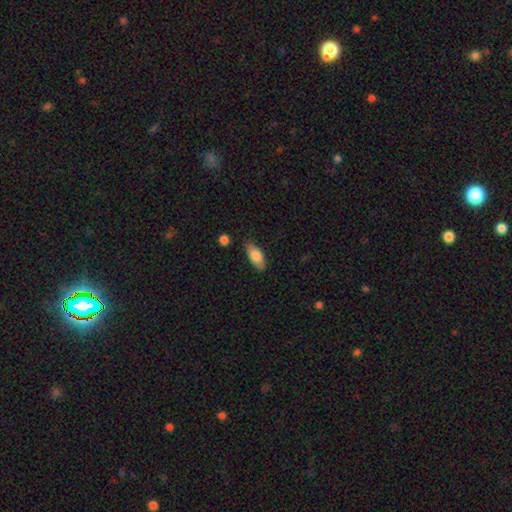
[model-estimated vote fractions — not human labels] Smooth or featured? Predicted: smooth (p=0.81). How rounded? Predicted: in between (p=0.83). Merging? Predicted: none (p=0.81).